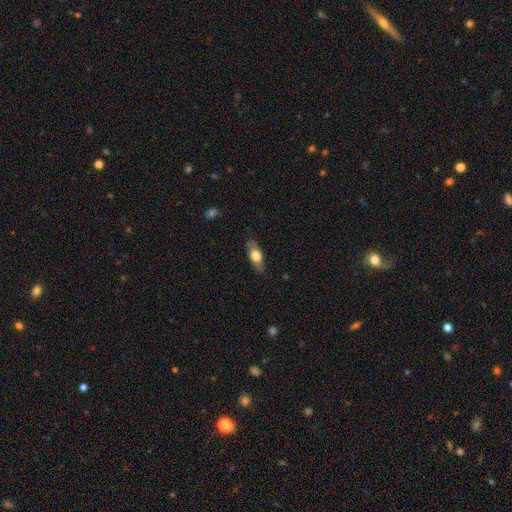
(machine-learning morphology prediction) type=smooth (62%); roundness=in between (66%); merging=none (82%).